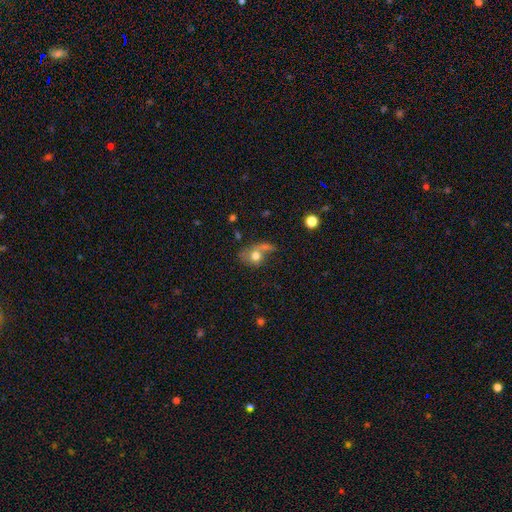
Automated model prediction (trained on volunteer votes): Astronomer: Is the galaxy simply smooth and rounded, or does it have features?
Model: smooth — 70%.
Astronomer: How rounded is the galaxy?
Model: round — 52% (runner-up: in between, 46%).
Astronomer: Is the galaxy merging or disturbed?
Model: none — 31% (runner-up: merger, 30%).